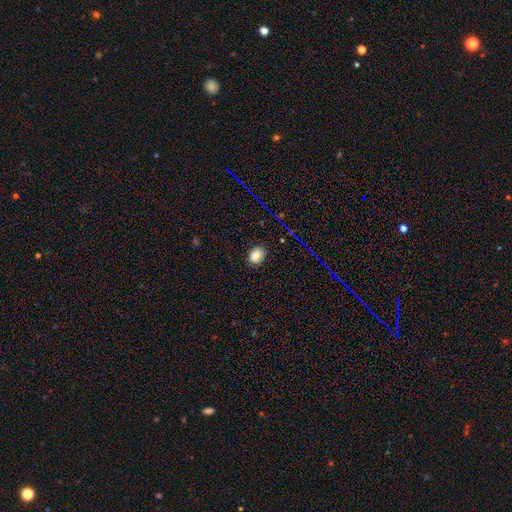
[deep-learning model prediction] Smooth or featured?
  - smooth: 78% *
  - star or artifact: 14%
  - featured or disk: 8%
How rounded?
  - in between: 73% *
  - round: 26%
  - cigar-shaped: 1%
Merging?
  - none: 84% *
  - minor disturbance: 13%
  - major disturbance: 3%
  - merger: 1%